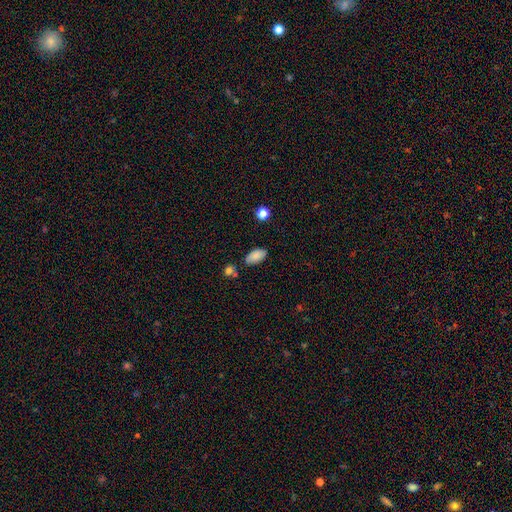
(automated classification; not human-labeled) Q: Smooth or featured?
A: smooth (84%); runner-up: featured or disk (8%)
Q: How rounded?
A: in between (93%); runner-up: cigar-shaped (3%)
Q: Merging?
A: none (79%); runner-up: minor disturbance (14%)